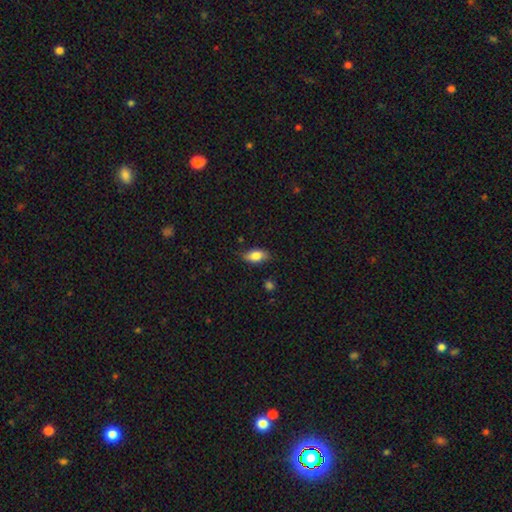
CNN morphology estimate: smooth_or_featured: smooth (p=0.82) [alt: featured or disk p=0.11]
how_rounded: in between (p=0.88) [alt: cigar-shaped p=0.07]
merging: none (p=0.79) [alt: minor disturbance p=0.17]